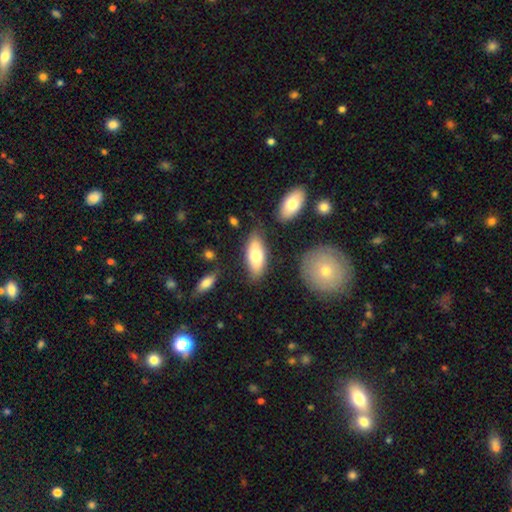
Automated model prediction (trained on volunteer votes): This is likely a smooth galaxy (71%). How rounded: clearly in between (83%). Merging: likely none (77%).